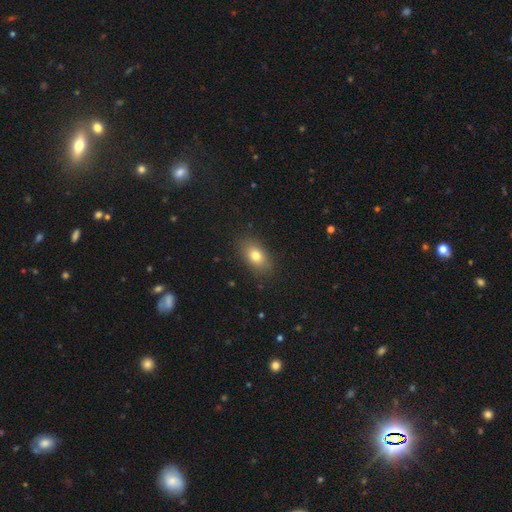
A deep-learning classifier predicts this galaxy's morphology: smooth 78%, featured or disk 12%, star or artifact 10%. Down the decision tree: how rounded — in between (84%); merging — none (86%).